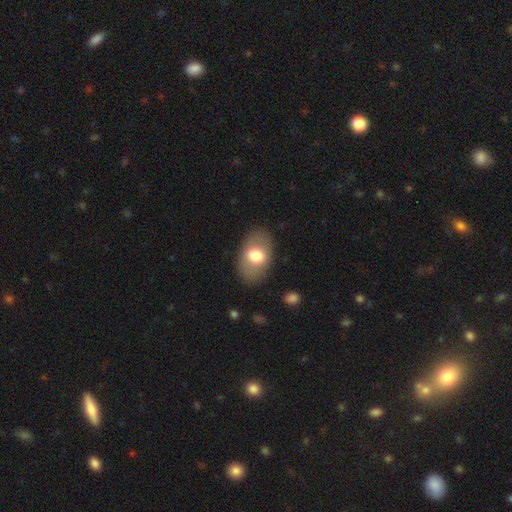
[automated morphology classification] A smooth galaxy with no disk features (66%) that is in between round and cigar-shaped (86%).

Vote fractions:
- Smooth or featured? smooth: 66% / featured or disk: 27% / star or artifact: 7%
- How rounded? in between: 86% / round: 13% / cigar-shaped: 1%
- Merging? none: 83% / minor disturbance: 12% / major disturbance: 5% / merger: 1%